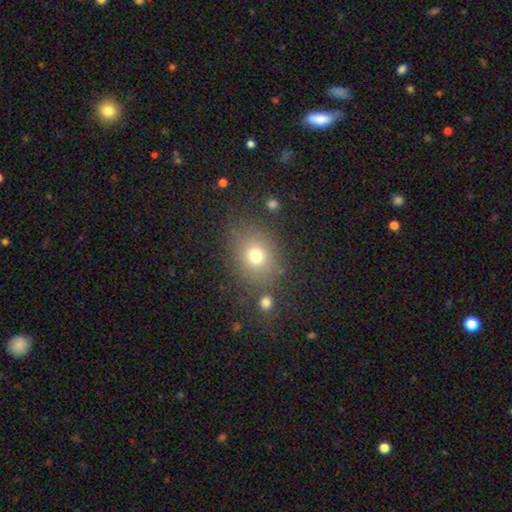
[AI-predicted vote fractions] Overall: smooth (72%). How rounded: round (61%; in between 38%). Merging: none (77%).